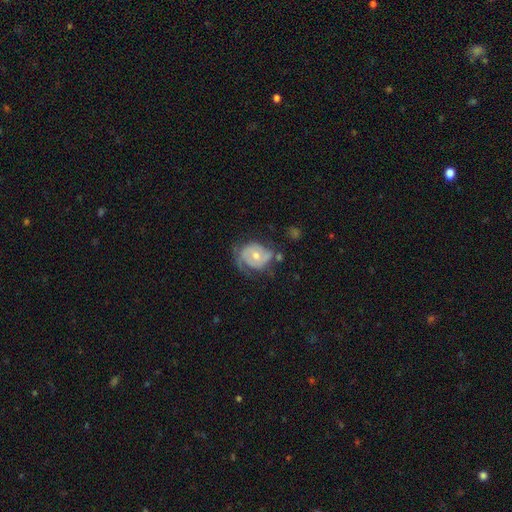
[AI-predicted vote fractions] The model was most divided on "merging": none: 43%, minor disturbance: 29%, major disturbance: 23%, merger: 5%. More confident: edge-on disk — no (97%); spiral arms — yes (73%); bar — no (71%); smooth or featured — featured or disk (65%); bulge size — moderate (64%).